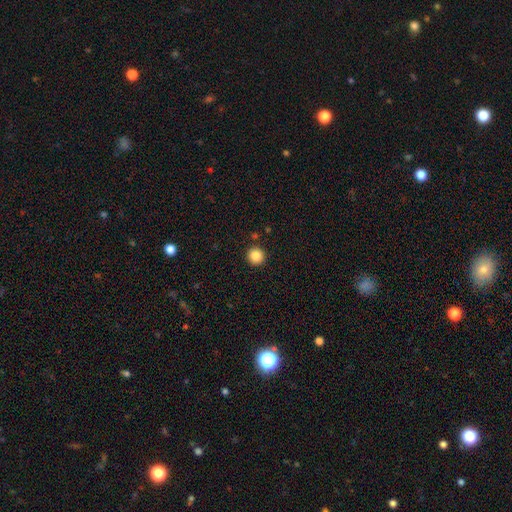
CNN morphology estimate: Overall: smooth (86%). How rounded: round (95%). Merging: none (92%).